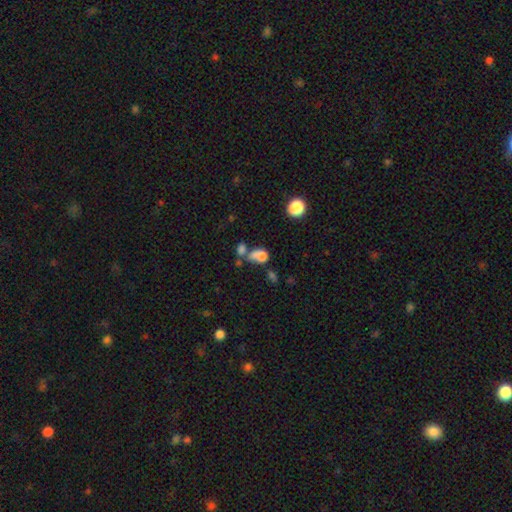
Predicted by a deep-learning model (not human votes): Smooth or featured? Predicted: smooth (p=0.70). How rounded? Predicted: in between (p=0.59). Merging? Predicted: merger (p=0.51).